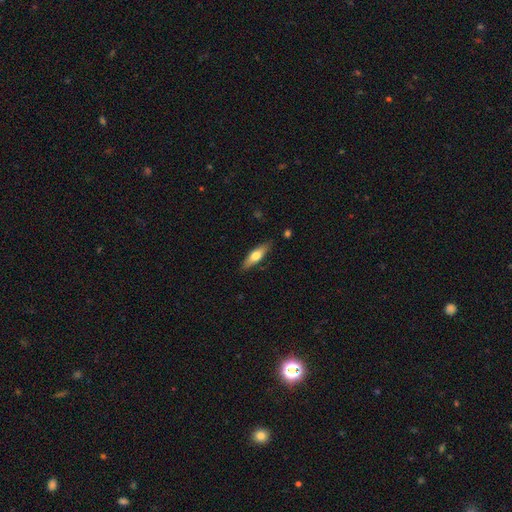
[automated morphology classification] A smooth galaxy with no disk features (56%) that is cigar-shaped (60%).

Vote fractions:
- Smooth or featured? smooth: 56% / featured or disk: 38% / star or artifact: 6%
- How rounded? cigar-shaped: 60% / in between: 38% / round: 2%
- Merging? none: 85% / minor disturbance: 11% / major disturbance: 2% / merger: 2%